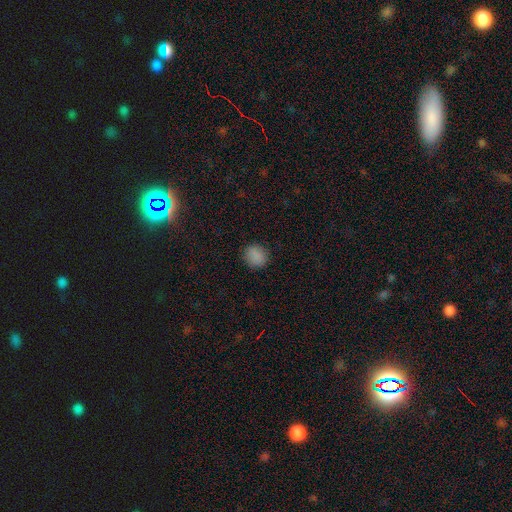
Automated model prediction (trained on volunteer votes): Smooth or featured: smooth — 86% (star or artifact — 10%)
How rounded: round — 82% (in between — 17%)
Merging: none — 89% (minor disturbance — 8%)